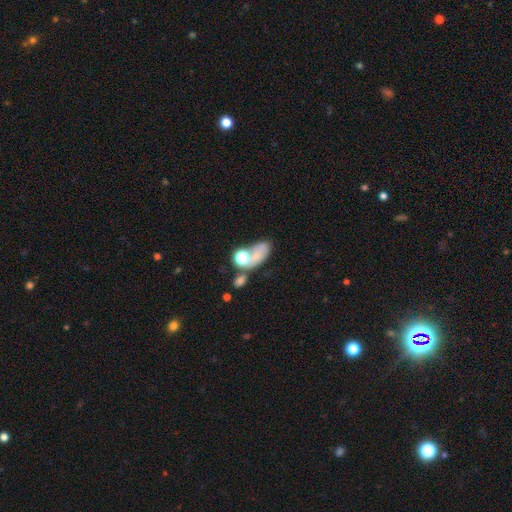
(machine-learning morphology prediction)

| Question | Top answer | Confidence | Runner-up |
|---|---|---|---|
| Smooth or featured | smooth | 62% | featured or disk (21%) |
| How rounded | in between | 77% | round (18%) |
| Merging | merger | 33% | none (32%) |